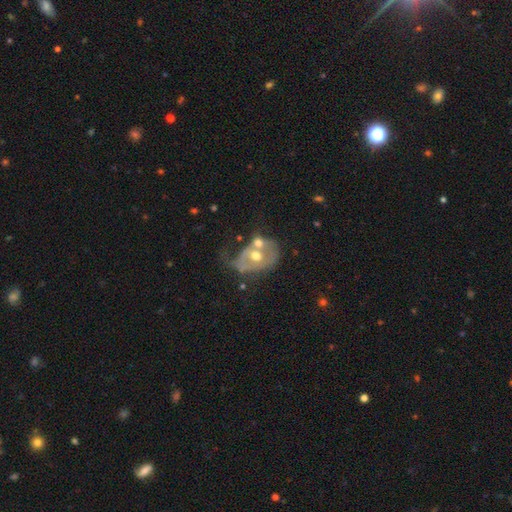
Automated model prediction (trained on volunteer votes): Smooth or featured? Predicted: featured or disk (p=0.60). Edge-on disk? Predicted: no (p=0.95). Bar? Predicted: no (p=0.80). Spiral arms? Predicted: no (p=0.69). Bulge size? Predicted: moderate (p=0.77). Merging? Predicted: merger (p=0.40).